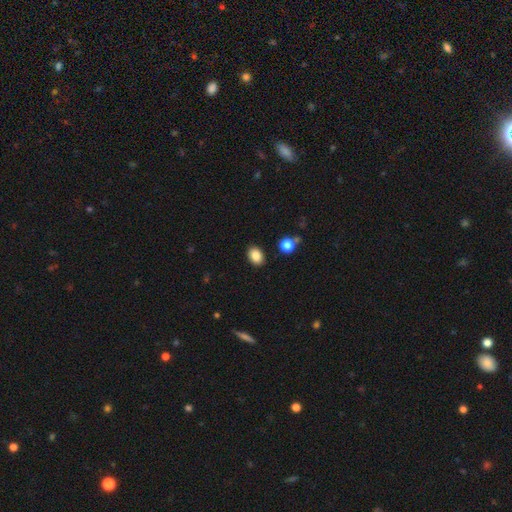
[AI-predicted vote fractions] Morphology: type=smooth (87%); roundness=in between (77%); merging=none (88%).